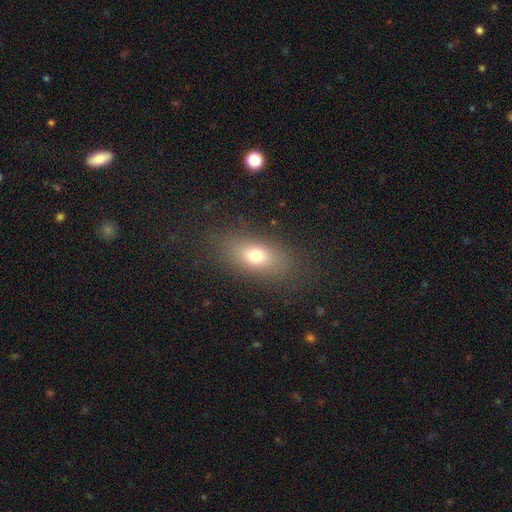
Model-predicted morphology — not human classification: smooth-or-featured: smooth: 72% | featured or disk: 15% | star or artifact: 13%
  how-rounded: in between: 79% | round: 15% | cigar-shaped: 6%
  merging: none: 81% | minor disturbance: 11% | major disturbance: 7% | merger: 1%